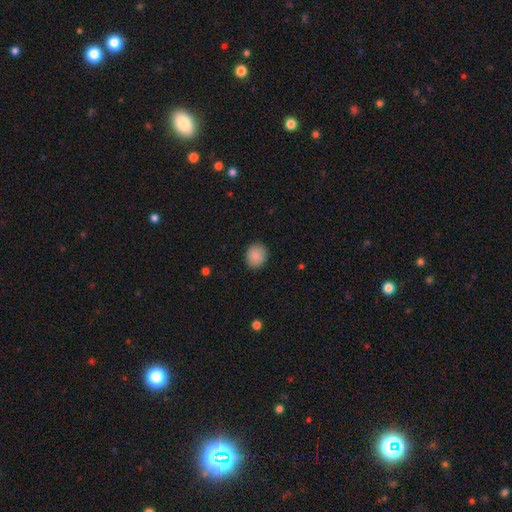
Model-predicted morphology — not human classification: type=smooth (89%); roundness=round (66%); merging=none (87%).